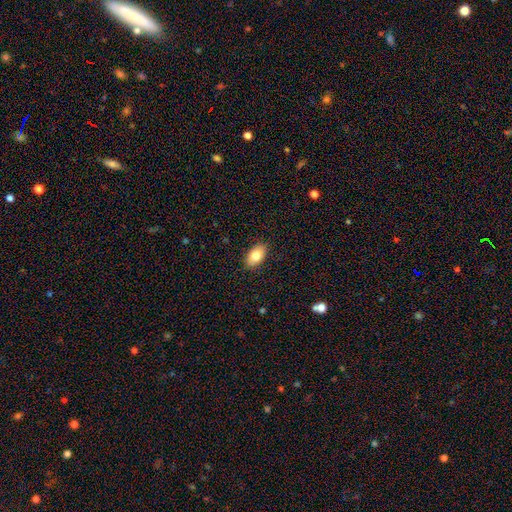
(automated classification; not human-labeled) This appears to be a smooth galaxy with no disk features (80%) that is in between round and cigar-shaped (92%). Merging: none (89%).